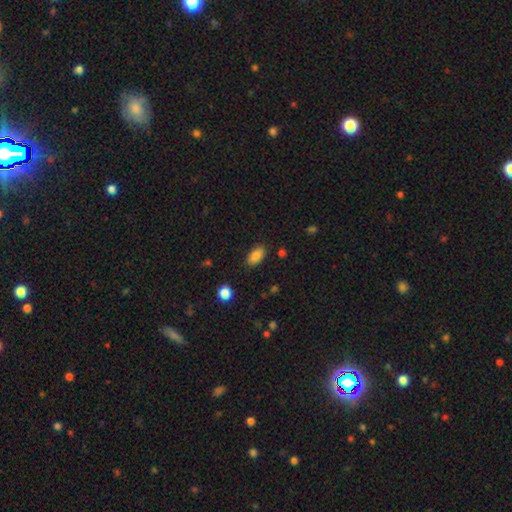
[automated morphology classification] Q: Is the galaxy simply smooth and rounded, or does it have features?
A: smooth — 85%.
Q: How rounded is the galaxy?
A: in between — 91%.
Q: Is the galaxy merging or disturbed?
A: none — 83%.